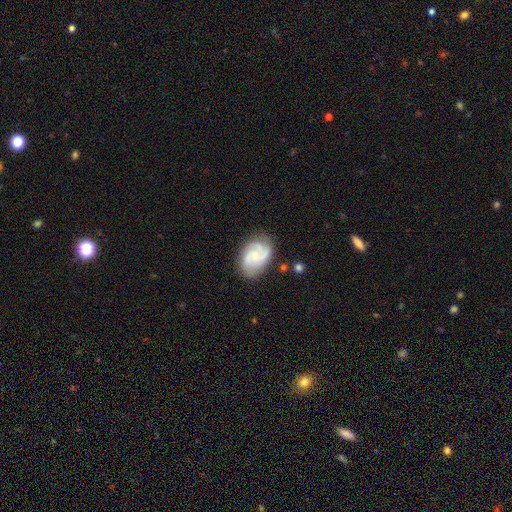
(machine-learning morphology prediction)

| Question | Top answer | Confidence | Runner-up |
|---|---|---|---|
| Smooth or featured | featured or disk | 74% | smooth (20%) |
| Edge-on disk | no | 98% | yes (2%) |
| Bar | no | 67% | weak (29%) |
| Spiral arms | yes | 94% | no (6%) |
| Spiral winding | medium | 46% | tight (38%) |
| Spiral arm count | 3 | 39% | 2 (34%) |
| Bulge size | small | 64% | moderate (29%) |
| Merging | none | 71% | minor disturbance (20%) |